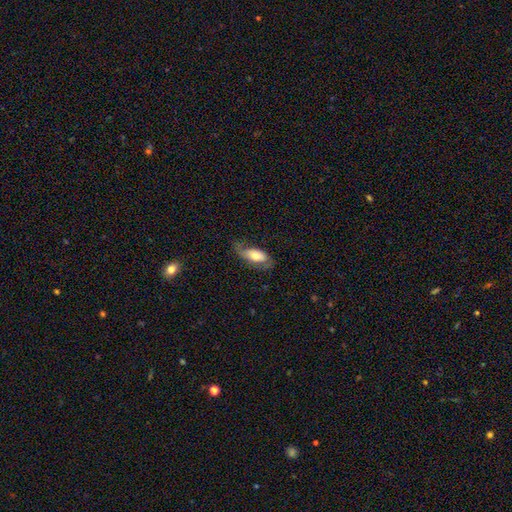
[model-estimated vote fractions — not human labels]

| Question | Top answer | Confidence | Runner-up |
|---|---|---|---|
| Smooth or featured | smooth | 54% | featured or disk (39%) |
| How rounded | in between | 85% | cigar-shaped (12%) |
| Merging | none | 51% | minor disturbance (29%) |